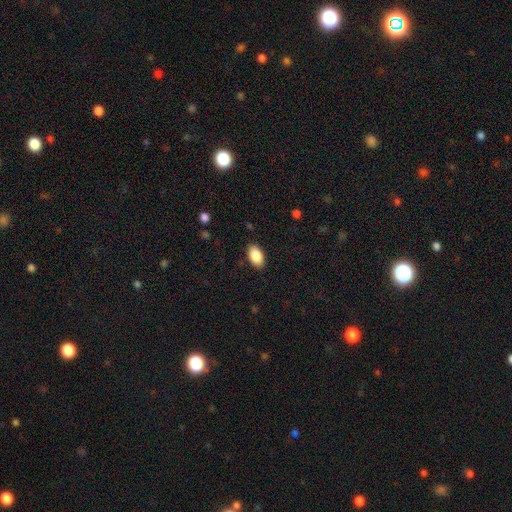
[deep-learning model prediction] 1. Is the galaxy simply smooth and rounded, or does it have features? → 89% smooth, 7% star or artifact, 5% featured or disk.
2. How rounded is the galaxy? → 94% in between, 4% round, 2% cigar-shaped.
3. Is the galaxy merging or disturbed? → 88% none, 9% minor disturbance, 2% major disturbance, 1% merger.